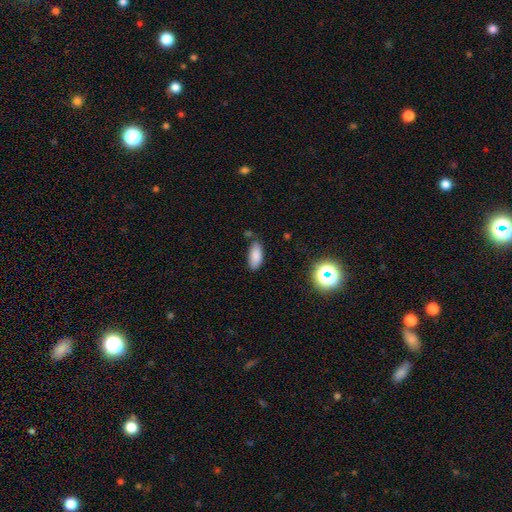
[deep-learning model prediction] A smooth galaxy with no disk features (84%) that is in between round and cigar-shaped (84%).

Vote fractions:
- Smooth or featured? smooth: 84% / star or artifact: 10% / featured or disk: 6%
- How rounded? in between: 84% / cigar-shaped: 14% / round: 3%
- Merging? none: 78% / minor disturbance: 15% / merger: 4% / major disturbance: 3%